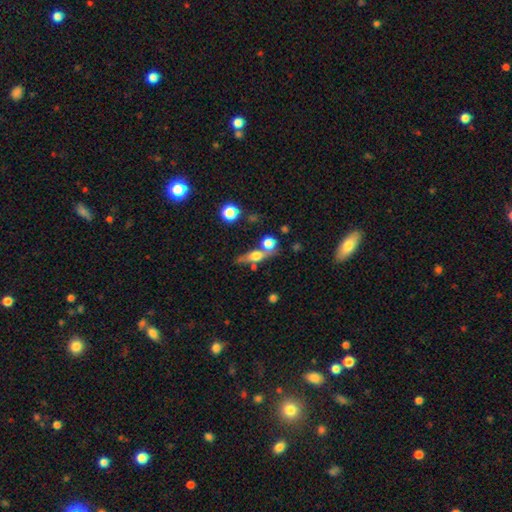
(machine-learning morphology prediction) Smooth or featured: smooth — 49% (featured or disk — 40%)
Merging: none — 56% (merger — 25%)